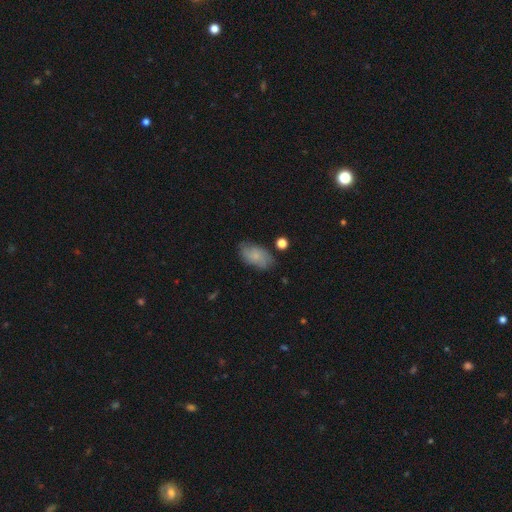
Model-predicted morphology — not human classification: Smooth or featured? smooth (71%)
How rounded? in between (92%)
Merging? none (71%)